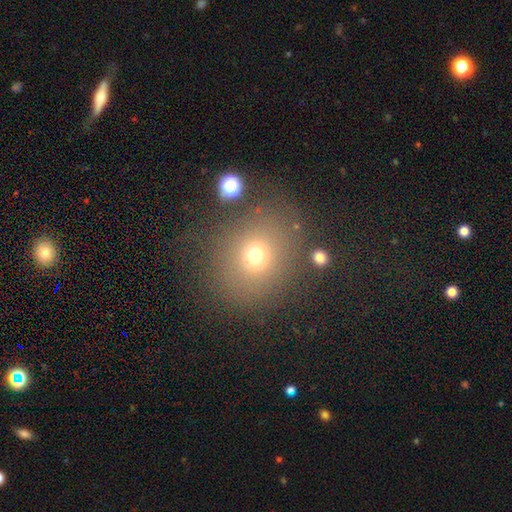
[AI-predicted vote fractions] Smooth or featured: smooth — 70% (star or artifact — 19%)
How rounded: round — 70% (in between — 29%)
Merging: none — 79% (minor disturbance — 11%)